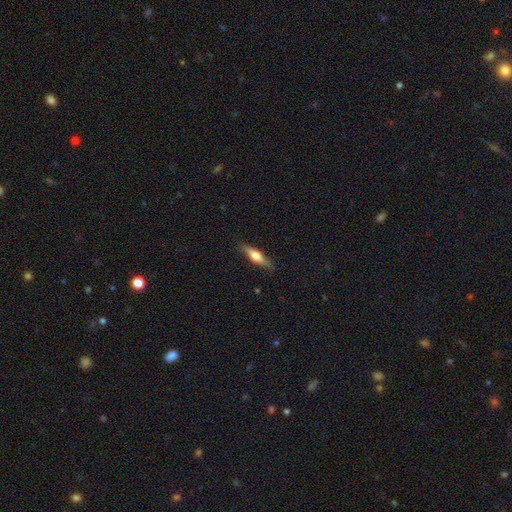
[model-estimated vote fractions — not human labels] Morphology: type=smooth (53%); roundness=cigar-shaped (71%); merging=none (85%).